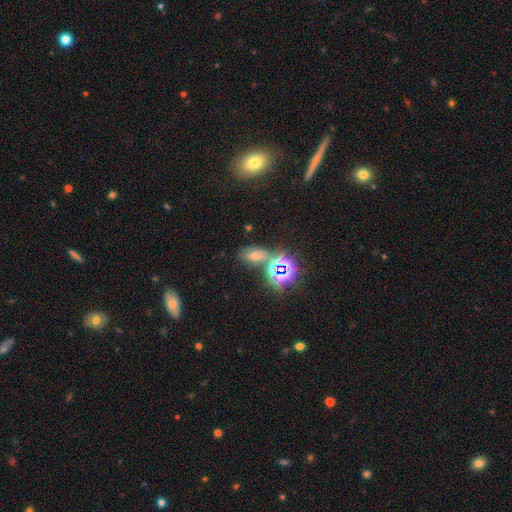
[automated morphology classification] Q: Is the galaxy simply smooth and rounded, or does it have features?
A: star or artifact — 50%.